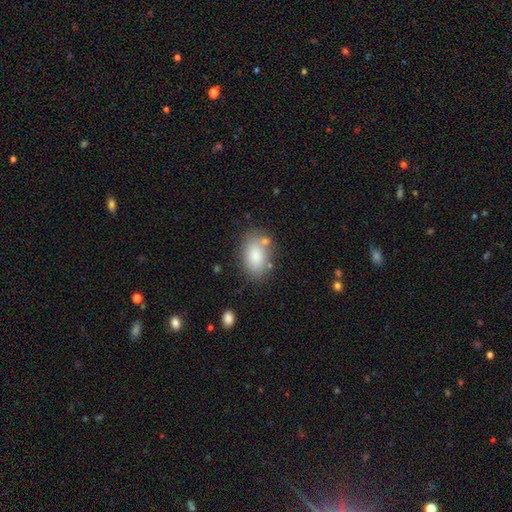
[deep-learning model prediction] Smooth or featured: smooth — 83% (featured or disk — 10%)
How rounded: in between — 87% (round — 12%)
Merging: none — 69% (minor disturbance — 17%)